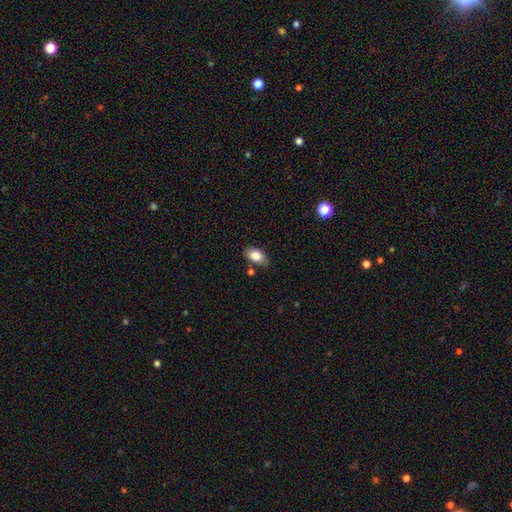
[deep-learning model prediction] This appears to be a smooth galaxy with no disk features (84%) that is in between round and cigar-shaped (89%). Merging: none (74%).